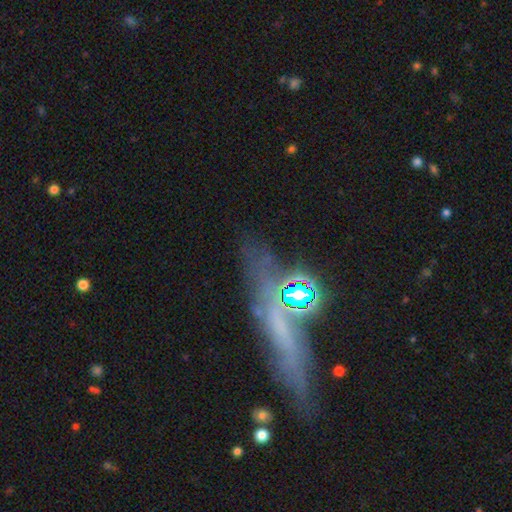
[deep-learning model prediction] Overall: star or artifact (47%; featured or disk 28%).